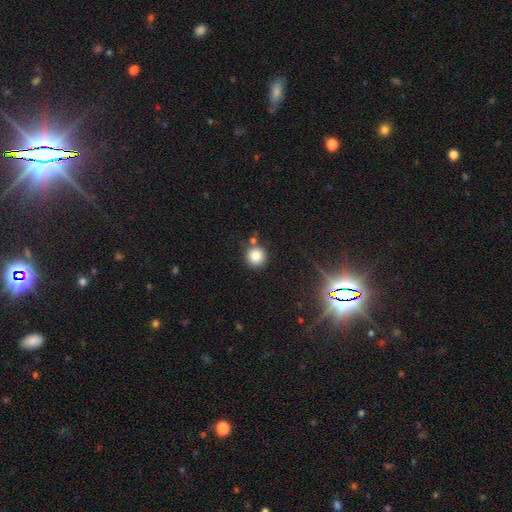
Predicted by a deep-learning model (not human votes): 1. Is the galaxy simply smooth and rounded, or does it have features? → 83% smooth, 11% star or artifact, 6% featured or disk.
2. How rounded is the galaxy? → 94% round, 5% in between, 1% cigar-shaped.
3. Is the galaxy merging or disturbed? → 80% none, 9% merger, 9% minor disturbance, 3% major disturbance.